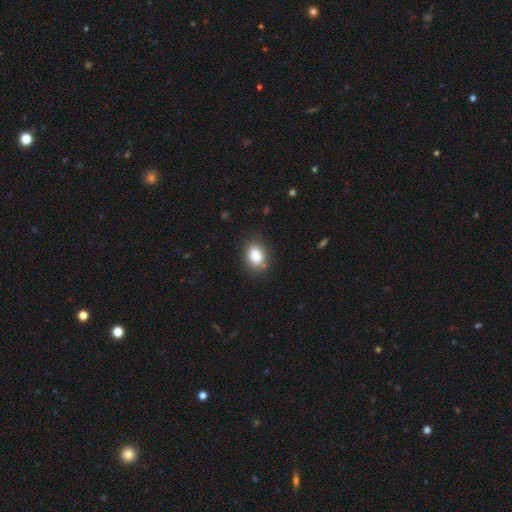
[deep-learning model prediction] A smooth galaxy with no disk features (86%) that is in between round and cigar-shaped (74%).

Vote fractions:
- Smooth or featured? smooth: 86% / star or artifact: 9% / featured or disk: 5%
- How rounded? in between: 74% / round: 25% / cigar-shaped: 1%
- Merging? none: 82% / minor disturbance: 12% / major disturbance: 3% / merger: 2%